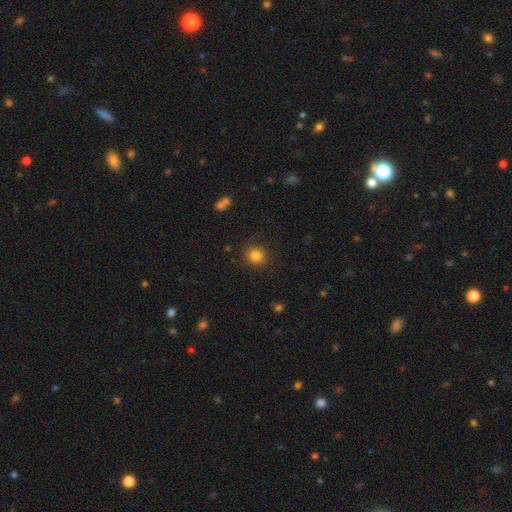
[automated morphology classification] Smooth or featured?
  - smooth: 83% *
  - star or artifact: 12%
  - featured or disk: 5%
How rounded?
  - round: 84% *
  - in between: 15%
  - cigar-shaped: 1%
Merging?
  - none: 88% *
  - minor disturbance: 8%
  - major disturbance: 3%
  - merger: 1%